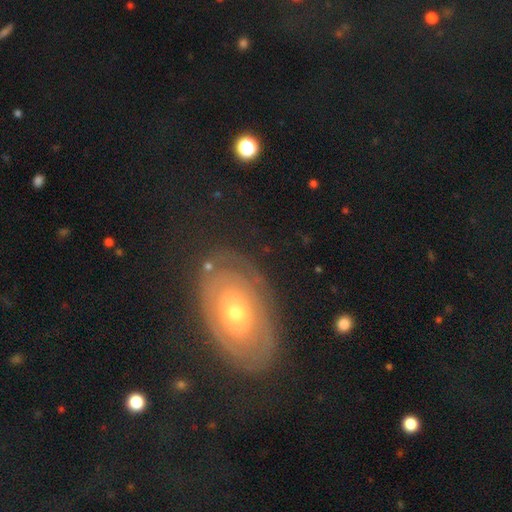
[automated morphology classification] smooth_or_featured: featured or disk (p=0.62) [alt: smooth p=0.21]
disk_edge_on: no (p=0.93) [alt: yes p=0.07]
bar: no (p=0.78) [alt: weak p=0.16]
has_spiral_arms: yes (p=0.66) [alt: no p=0.34]
bulge_size: moderate (p=0.53) [alt: small p=0.41]
merging: none (p=0.81) [alt: minor disturbance p=0.12]